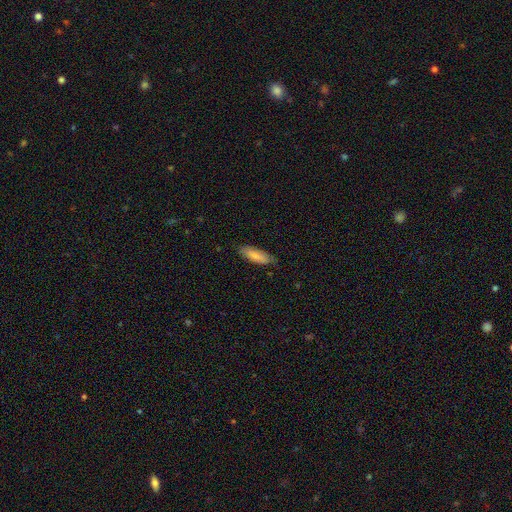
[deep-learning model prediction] Smooth or featured? smooth (79%)
How rounded? in between (60%)
Merging? none (78%)